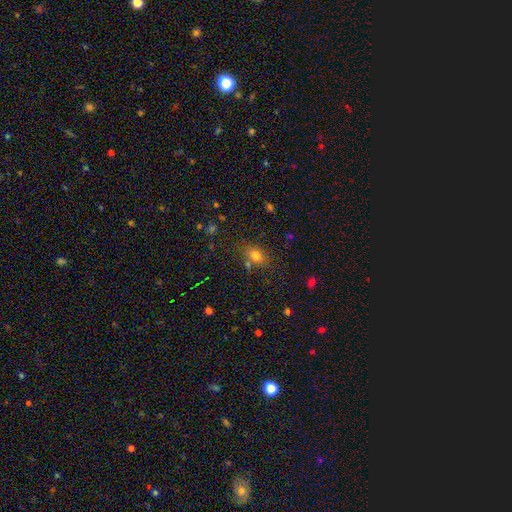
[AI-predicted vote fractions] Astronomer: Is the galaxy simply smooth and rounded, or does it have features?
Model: smooth — 76%.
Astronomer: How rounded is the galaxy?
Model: in between — 65%.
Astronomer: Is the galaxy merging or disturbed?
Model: none — 69%.